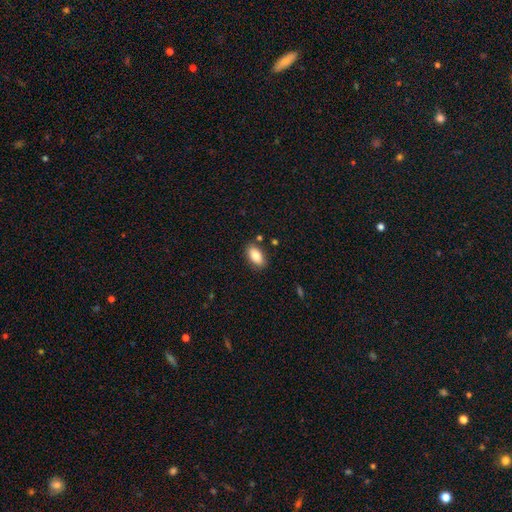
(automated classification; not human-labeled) A smooth galaxy with no disk features (84%) that is in between round and cigar-shaped (92%). Merging: none (84%).